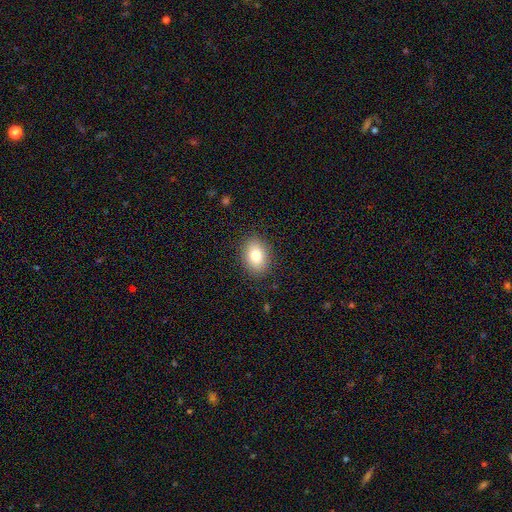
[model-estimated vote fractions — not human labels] This is likely a smooth galaxy (79%). How rounded: likely in between (74%). Merging: clearly none (88%).